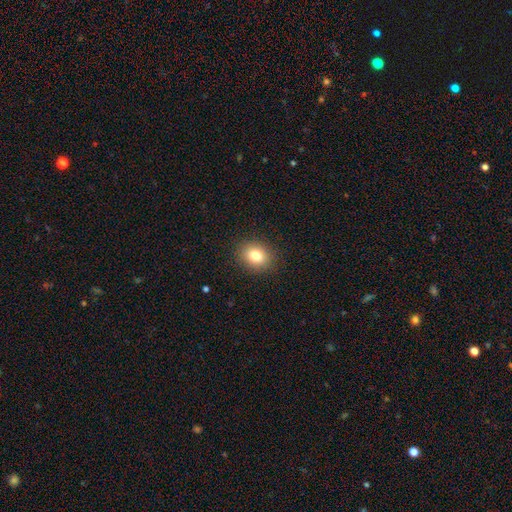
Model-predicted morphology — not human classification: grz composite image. It shows a smooth galaxy with no disk features (81%) that is round (54%). Merging: none (90%).